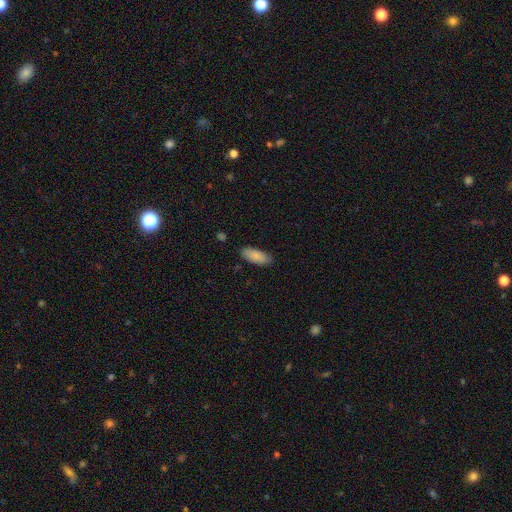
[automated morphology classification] Q: Smooth or featured?
A: smooth (87%); runner-up: featured or disk (7%)
Q: How rounded?
A: in between (82%); runner-up: cigar-shaped (17%)
Q: Merging?
A: none (86%); runner-up: minor disturbance (11%)